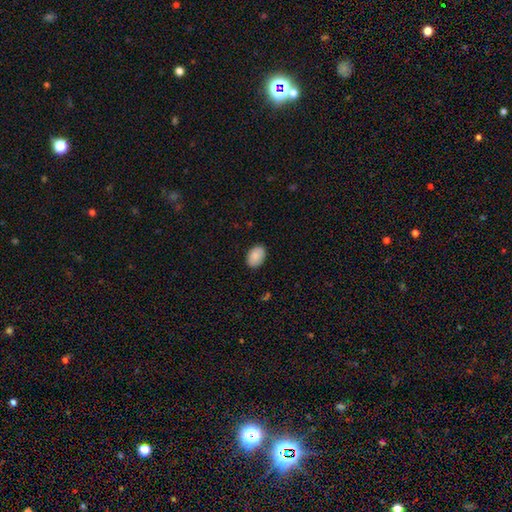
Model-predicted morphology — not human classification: Smooth or featured?
  - smooth: 88% *
  - star or artifact: 7%
  - featured or disk: 6%
How rounded?
  - in between: 87% *
  - round: 12%
  - cigar-shaped: 1%
Merging?
  - none: 88% *
  - minor disturbance: 9%
  - major disturbance: 2%
  - merger: 1%